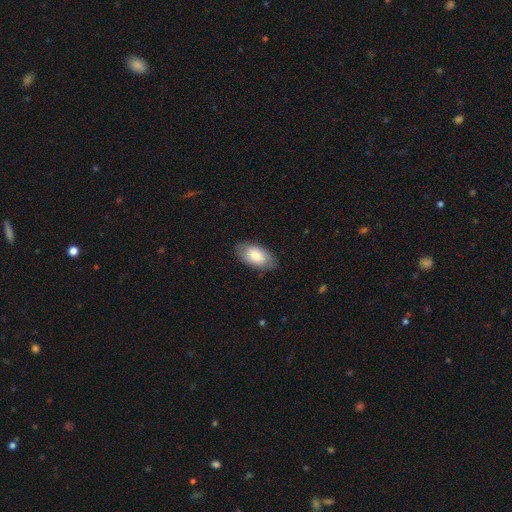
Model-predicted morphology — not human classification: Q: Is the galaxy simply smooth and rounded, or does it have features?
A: smooth — 77%.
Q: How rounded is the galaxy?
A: in between — 94%.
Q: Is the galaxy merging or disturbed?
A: none — 83%.